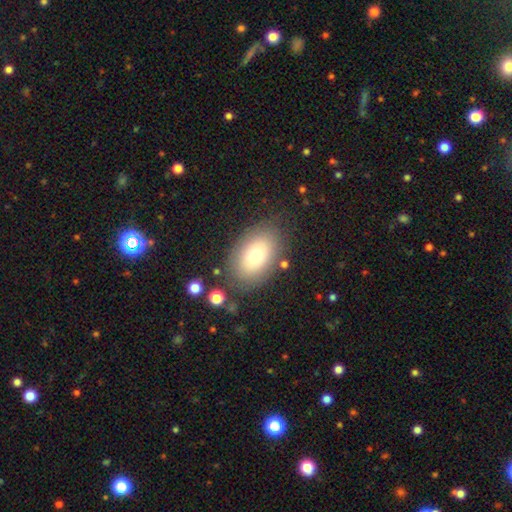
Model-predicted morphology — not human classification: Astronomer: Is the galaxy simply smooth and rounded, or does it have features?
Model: smooth — 72%.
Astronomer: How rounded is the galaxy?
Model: in between — 88%.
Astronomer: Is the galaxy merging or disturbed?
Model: none — 79%.